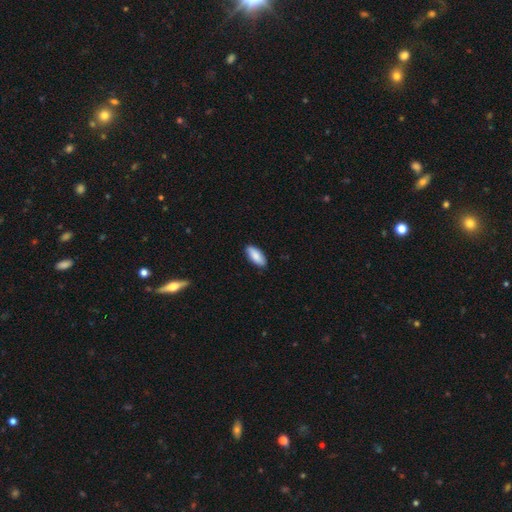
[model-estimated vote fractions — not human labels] Smooth or featured: smooth — 87% (featured or disk — 8%)
How rounded: in between — 85% (cigar-shaped — 13%)
Merging: none — 88% (minor disturbance — 9%)